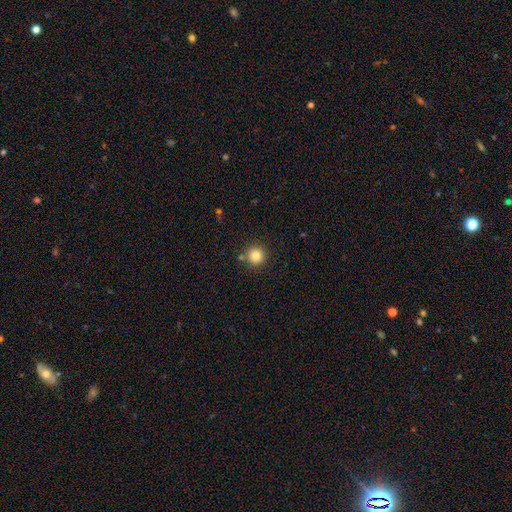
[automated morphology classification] type=smooth (82%); roundness=round (95%); merging=none (86%).